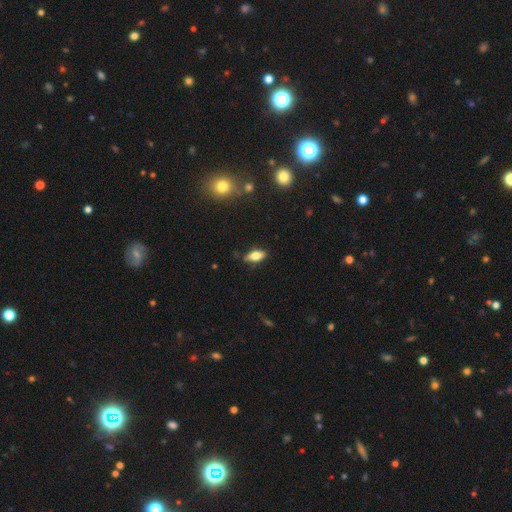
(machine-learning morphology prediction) smooth 71%, featured or disk 21%, star or artifact 8%. Down the decision tree: how rounded — in between (81%); merging — none (80%).